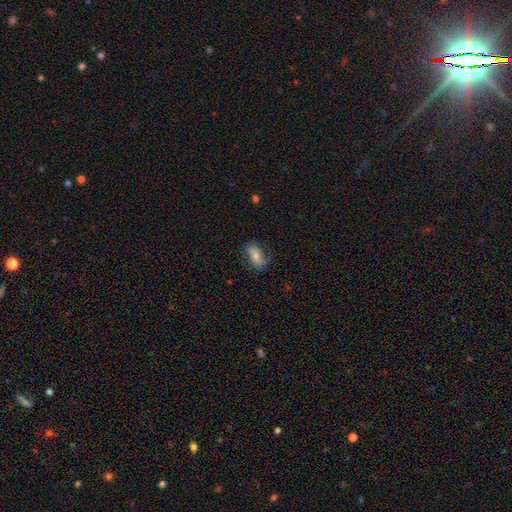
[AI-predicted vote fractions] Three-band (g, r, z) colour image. It shows a smooth galaxy with no disk features (67%) that is in between round and cigar-shaped (87%). Merging: none (74%).